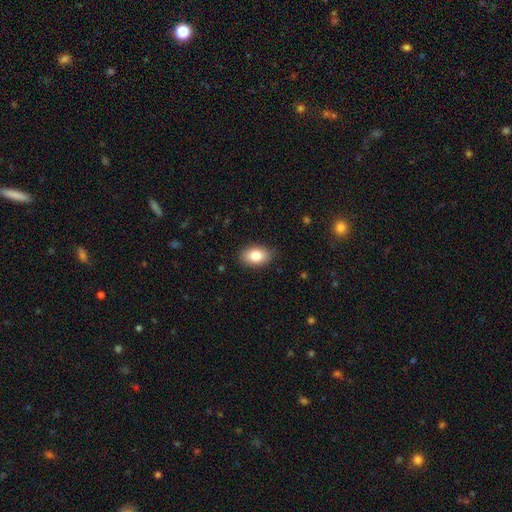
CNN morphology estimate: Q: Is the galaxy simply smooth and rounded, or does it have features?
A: smooth — 84%.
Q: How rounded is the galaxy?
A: in between — 87%.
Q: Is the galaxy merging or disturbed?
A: none — 85%.